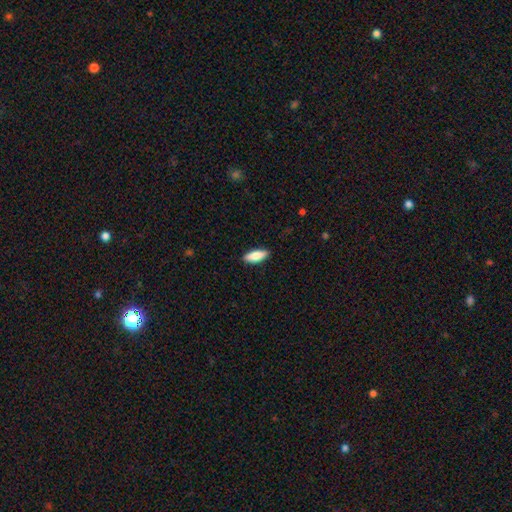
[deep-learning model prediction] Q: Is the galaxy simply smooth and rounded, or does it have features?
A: smooth — 85%.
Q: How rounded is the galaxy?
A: in between — 69%.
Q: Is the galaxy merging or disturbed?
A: none — 89%.